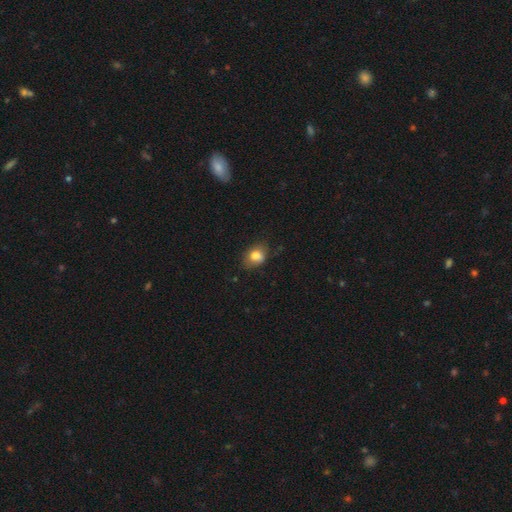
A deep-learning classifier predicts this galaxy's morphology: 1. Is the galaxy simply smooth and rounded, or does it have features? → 80% smooth, 11% featured or disk, 9% star or artifact.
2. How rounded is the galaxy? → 62% in between, 37% round, 1% cigar-shaped.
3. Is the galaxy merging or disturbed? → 65% none, 25% minor disturbance, 7% major disturbance, 2% merger.